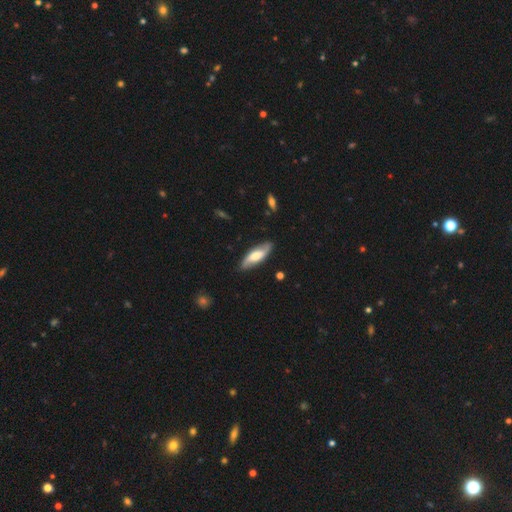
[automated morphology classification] Overall: featured or disk (52%; smooth 42%). Edge-on disk: no (70%; yes 30%). Merging: none (84%).